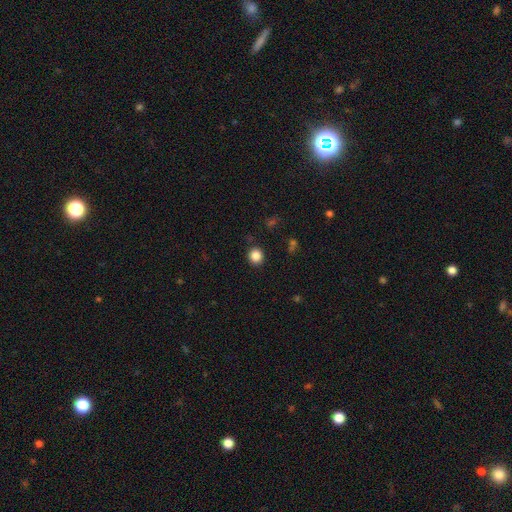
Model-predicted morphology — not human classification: A smooth galaxy with no disk features (85%) that is round (88%). Merging: none (90%).